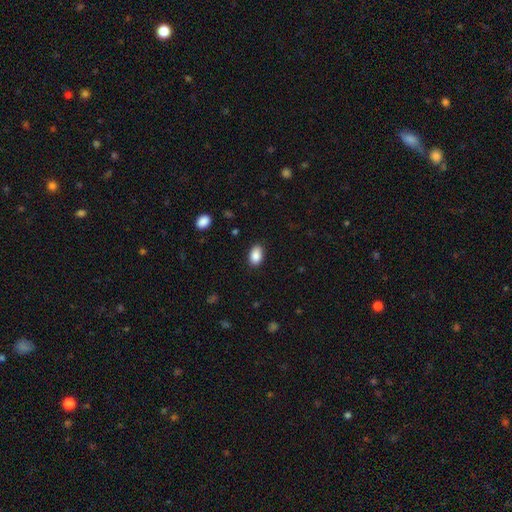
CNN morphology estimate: Smooth or featured? smooth (88%)
How rounded? in between (90%)
Merging? none (86%)